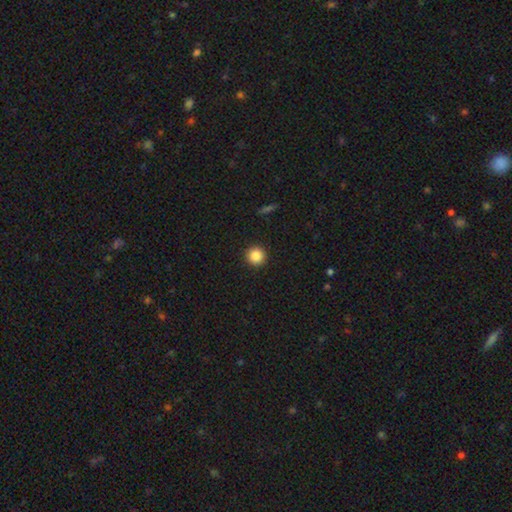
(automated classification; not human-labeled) Smooth or featured?
  - smooth: 86% *
  - star or artifact: 10%
  - featured or disk: 4%
How rounded?
  - round: 96% *
  - in between: 3%
  - cigar-shaped: 1%
Merging?
  - none: 93% *
  - minor disturbance: 4%
  - major disturbance: 2%
  - merger: 1%